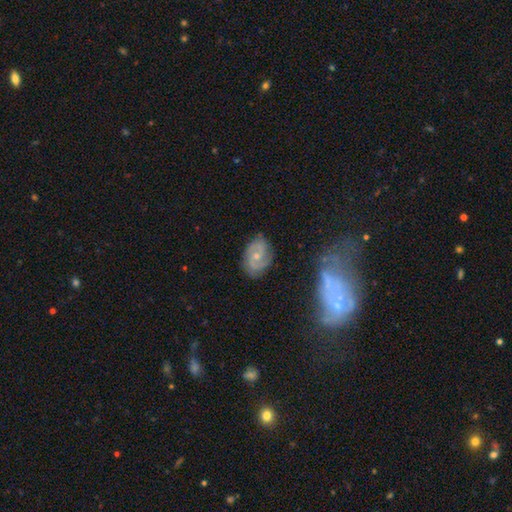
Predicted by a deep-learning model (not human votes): This is likely a featured or disk galaxy (79%). It is clearly not viewed edge-on (97%). Bar: possibly no (53%). Spiral arm pattern: clearly yes (94%). Spiral arm count: likely 2 (73%). Spiral winding: marginally tight (44%). Central bulge: possibly small (57%). Merging: likely none (76%).